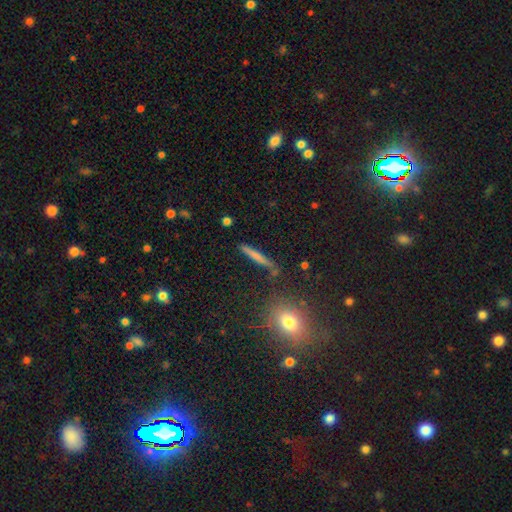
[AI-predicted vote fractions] smooth-or-featured: smooth: 65% | featured or disk: 27% | star or artifact: 8%
  how-rounded: cigar-shaped: 94% | in between: 4% | round: 2%
  merging: none: 83% | minor disturbance: 11% | merger: 4% | major disturbance: 3%